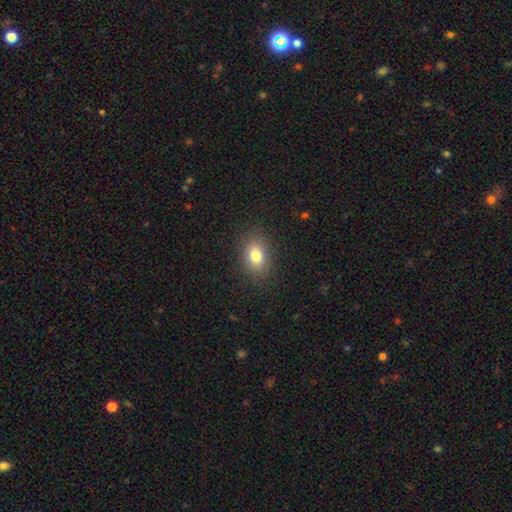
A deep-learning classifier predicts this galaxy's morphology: Q: Smooth or featured?
A: smooth (79%); runner-up: star or artifact (11%)
Q: How rounded?
A: in between (75%); runner-up: round (24%)
Q: Merging?
A: none (87%); runner-up: minor disturbance (9%)